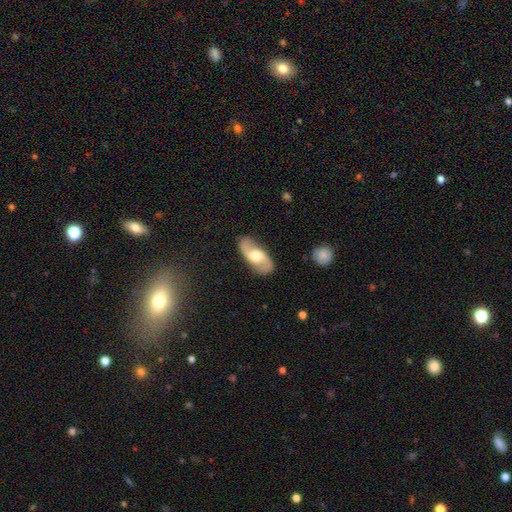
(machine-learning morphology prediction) type=featured or disk (74%); edge-on=no (93%); bar=no (52%); spiral arms=yes (91%); winding=loose (60%); arm count=2 (92%); bulge=moderate (69%); merging=none (83%).